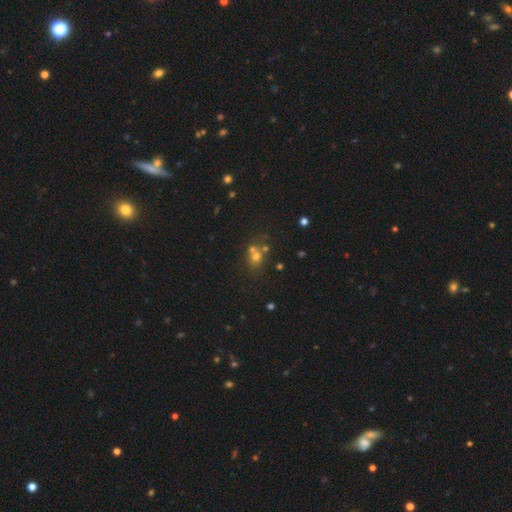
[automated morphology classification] Overall: smooth (58%; star or artifact 25%). How rounded: round (75%). Merging: none (49%; merger 38%).